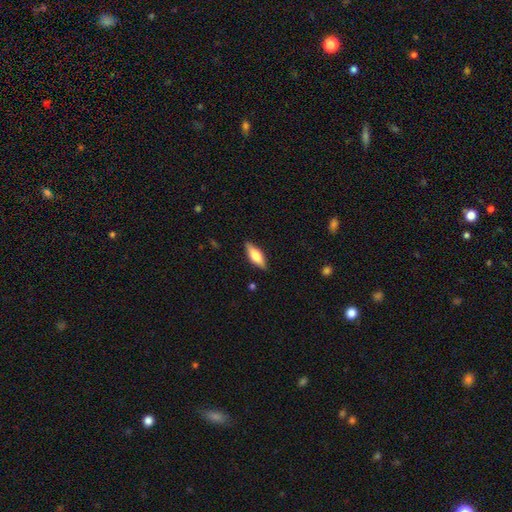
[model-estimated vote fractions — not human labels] Morphology: type=smooth (62%); roundness=in between (64%); merging=none (86%).